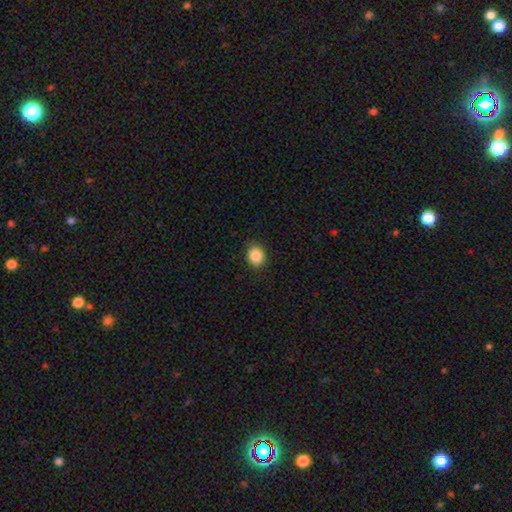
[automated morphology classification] Smooth or featured? smooth (88%)
How rounded? round (60%)
Merging? none (88%)